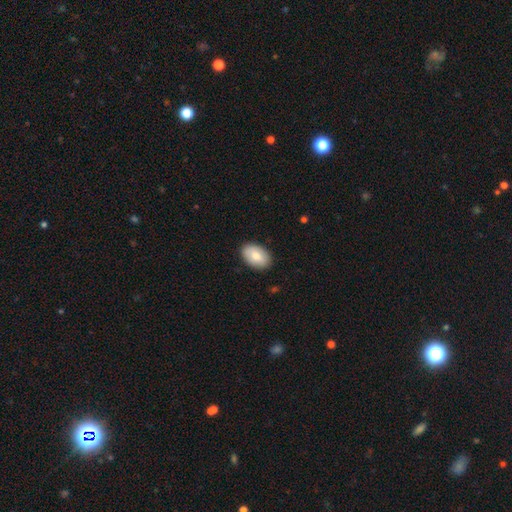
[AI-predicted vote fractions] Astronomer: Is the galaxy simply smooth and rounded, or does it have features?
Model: smooth — 79%.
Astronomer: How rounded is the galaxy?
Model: in between — 91%.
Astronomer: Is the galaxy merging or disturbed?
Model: none — 88%.